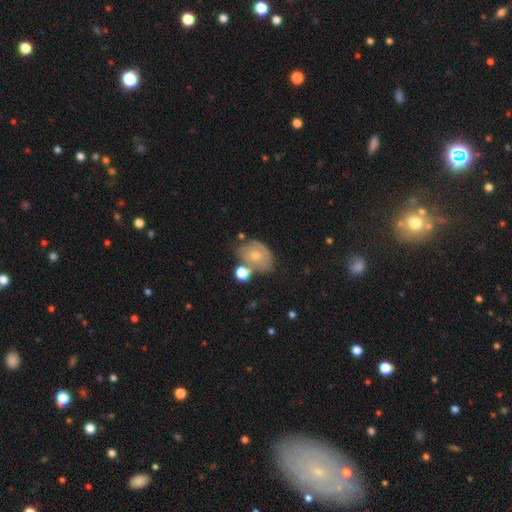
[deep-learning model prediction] Q: Smooth or featured?
A: smooth (56%); runner-up: featured or disk (36%)
Q: How rounded?
A: in between (62%); runner-up: round (37%)
Q: Merging?
A: none (44%); runner-up: minor disturbance (24%)